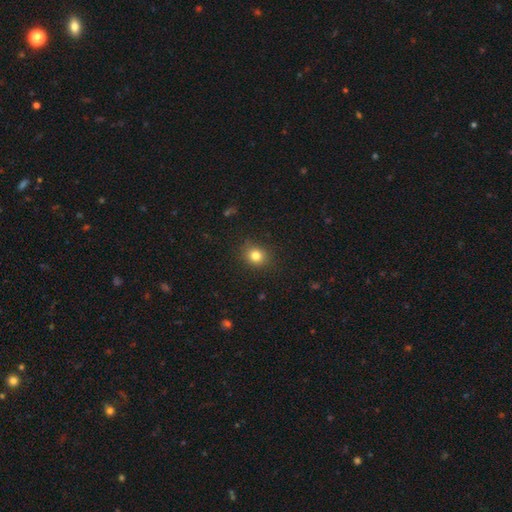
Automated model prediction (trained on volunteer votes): Smooth or featured? smooth (81%)
How rounded? round (76%)
Merging? none (87%)